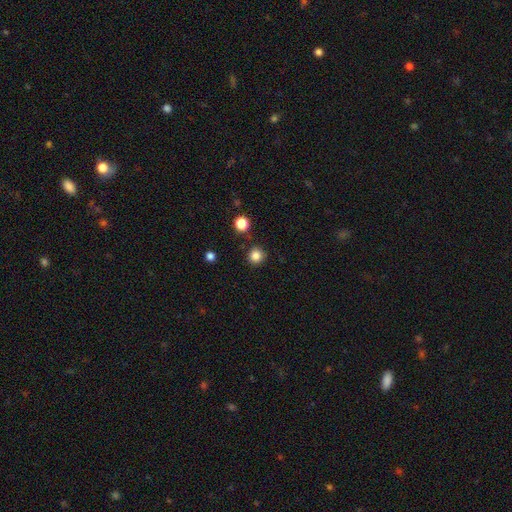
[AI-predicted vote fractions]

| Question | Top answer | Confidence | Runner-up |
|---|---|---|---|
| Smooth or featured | smooth | 84% | star or artifact (12%) |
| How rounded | round | 94% | in between (5%) |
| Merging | none | 87% | minor disturbance (8%) |